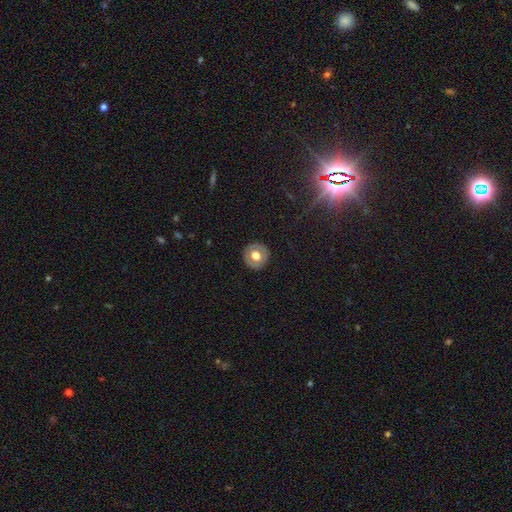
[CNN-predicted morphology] type=smooth (59%); roundness=round (92%); merging=none (90%).